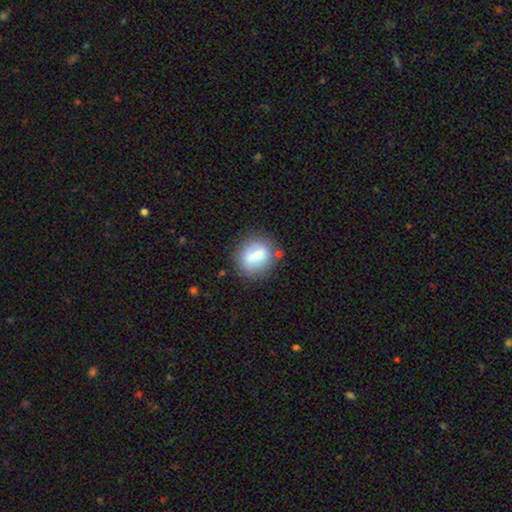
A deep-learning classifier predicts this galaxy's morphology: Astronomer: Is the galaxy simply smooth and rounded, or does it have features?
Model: smooth — 74%.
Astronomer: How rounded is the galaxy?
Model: round — 68%.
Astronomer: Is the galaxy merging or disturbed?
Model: none — 69%.